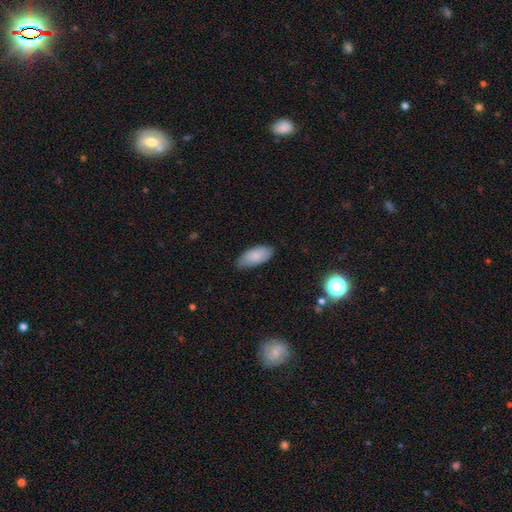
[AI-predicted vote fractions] Q: Smooth or featured?
A: smooth (83%); runner-up: featured or disk (10%)
Q: How rounded?
A: in between (91%); runner-up: cigar-shaped (7%)
Q: Merging?
A: none (73%); runner-up: minor disturbance (22%)